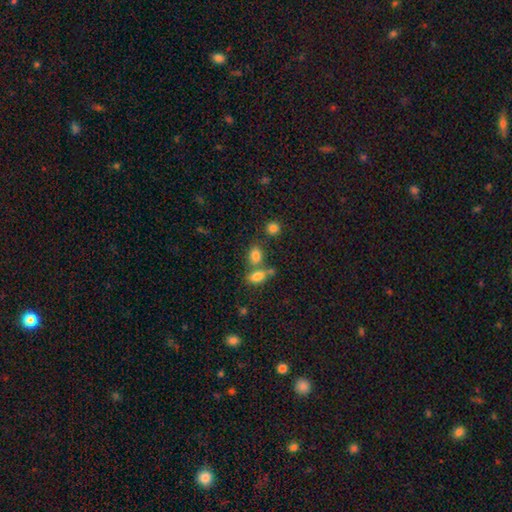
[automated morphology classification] Q: Smooth or featured?
A: smooth (80%); runner-up: star or artifact (12%)
Q: How rounded?
A: in between (68%); runner-up: round (30%)
Q: Merging?
A: none (52%); runner-up: merger (33%)